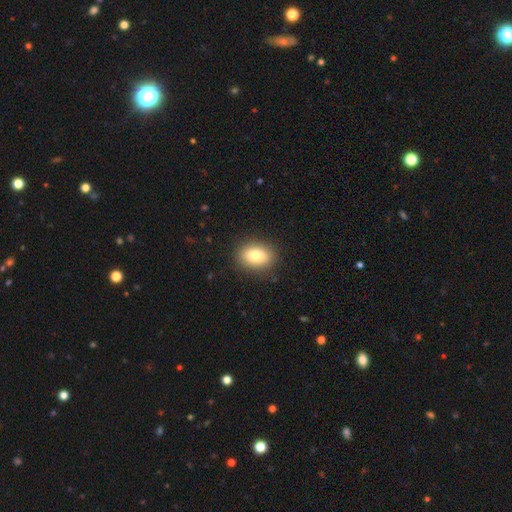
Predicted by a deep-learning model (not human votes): A smooth galaxy with no disk features (82%) that is in between round and cigar-shaped (76%).

Vote fractions:
- Smooth or featured? smooth: 82% / featured or disk: 9% / star or artifact: 8%
- How rounded? in between: 76% / round: 23% / cigar-shaped: 1%
- Merging? none: 88% / minor disturbance: 9% / major disturbance: 3% / merger: 1%